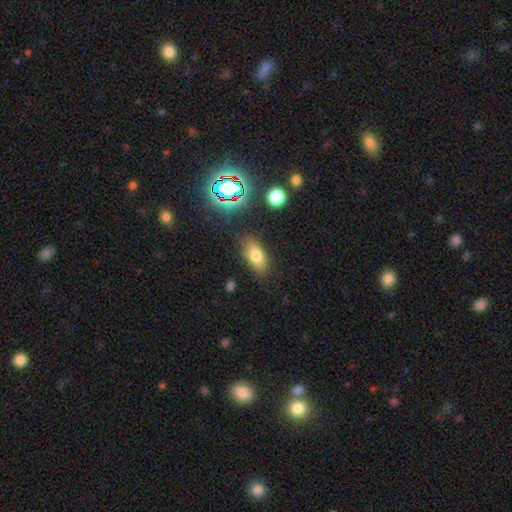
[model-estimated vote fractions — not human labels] Smooth or featured? smooth (75%)
How rounded? in between (86%)
Merging? none (77%)